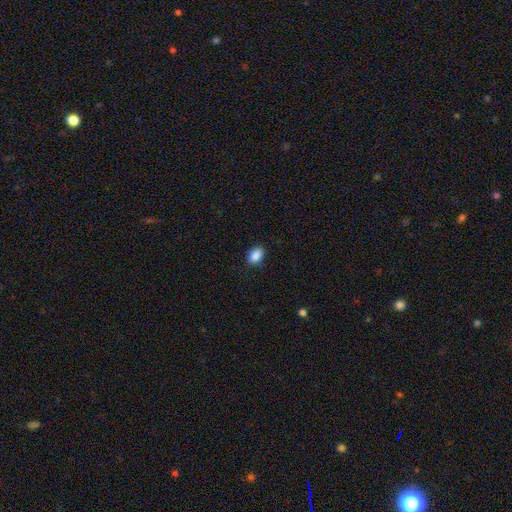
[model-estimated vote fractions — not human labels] smooth_or_featured: smooth (p=0.89) [alt: star or artifact p=0.08]
how_rounded: in between (p=0.80) [alt: round p=0.19]
merging: none (p=0.88) [alt: minor disturbance p=0.09]